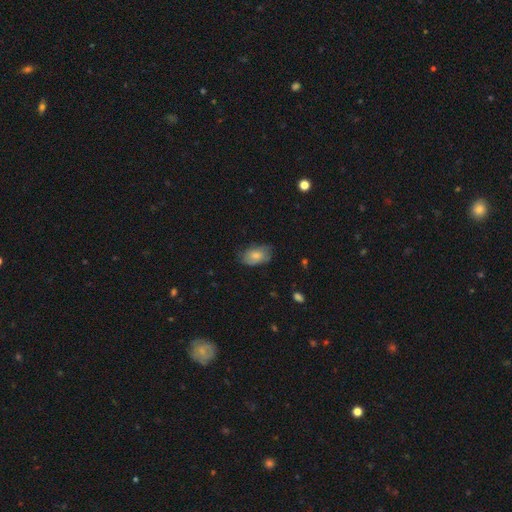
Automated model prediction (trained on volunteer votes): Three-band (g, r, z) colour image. It shows a smooth galaxy with no disk features (72%) that is in between round and cigar-shaped (90%). Merging: none (63%).